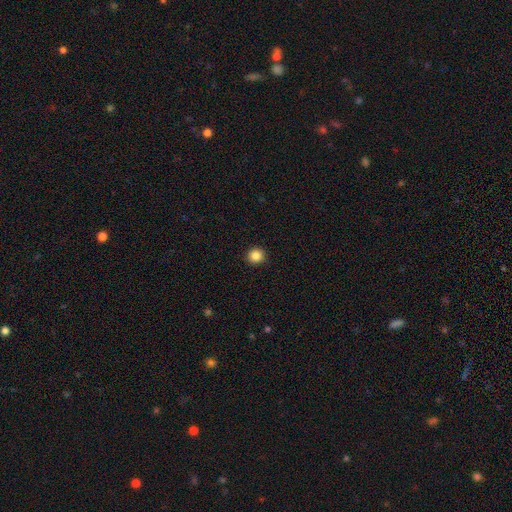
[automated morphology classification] Smooth or featured? smooth (86%)
How rounded? round (90%)
Merging? none (93%)